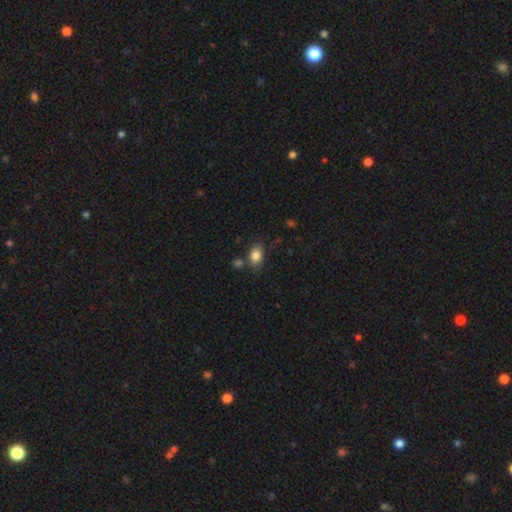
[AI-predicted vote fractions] Overall: smooth (84%). How rounded: in between (78%). Merging: none (71%).